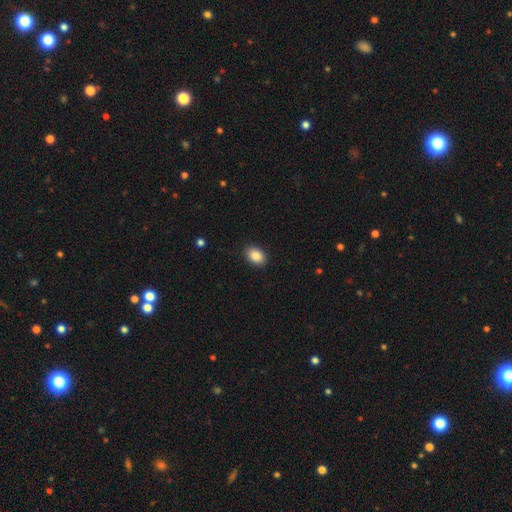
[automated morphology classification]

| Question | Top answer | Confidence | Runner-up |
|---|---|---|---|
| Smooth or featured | smooth | 88% | star or artifact (8%) |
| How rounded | in between | 79% | round (20%) |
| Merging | none | 89% | minor disturbance (8%) |